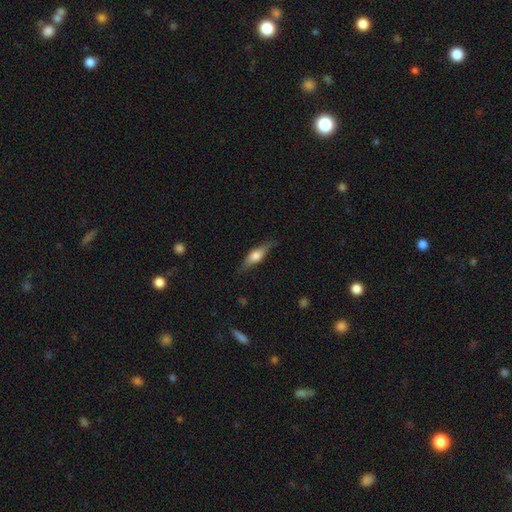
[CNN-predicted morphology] The model was most divided on "smooth or featured": featured or disk: 51%, smooth: 43%, star or artifact: 6%. More confident: edge-on disk — yes (92%); merging — none (81%).